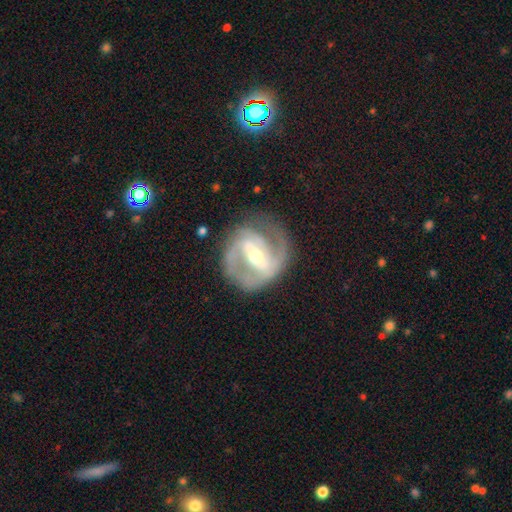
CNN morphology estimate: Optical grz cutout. It shows a featured or disk galaxy (88%) with a strong bar (55%), 2 (69%) medium (49%) spiral arms (95%) and a moderate central bulge (55%). Merging: none (73%).